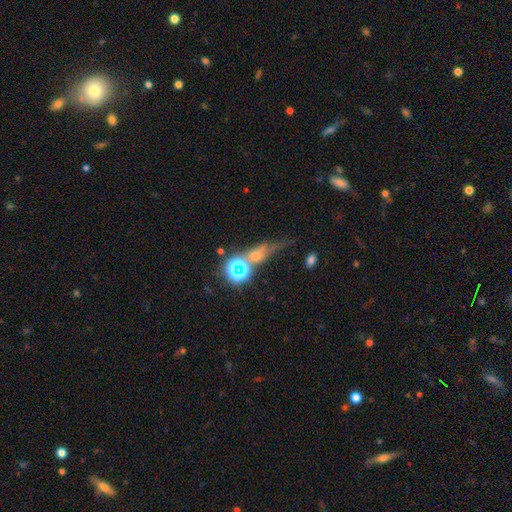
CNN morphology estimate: This is possibly a star or artifact rather than a galaxy (50%).